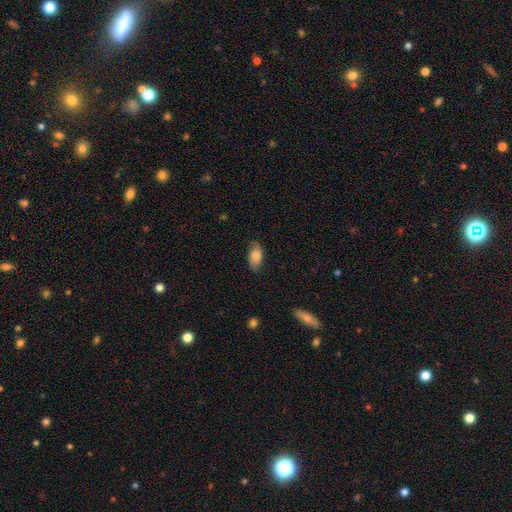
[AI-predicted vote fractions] smooth_or_featured: smooth (p=0.67) [alt: featured or disk p=0.25]
how_rounded: in between (p=0.90) [alt: cigar-shaped p=0.05]
merging: none (p=0.72) [alt: minor disturbance p=0.22]